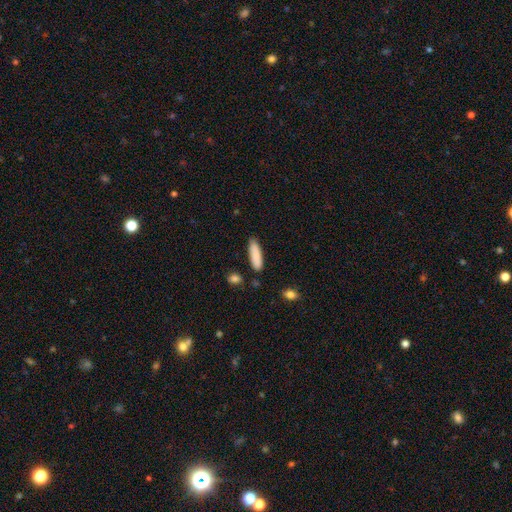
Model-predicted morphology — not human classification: This is clearly a smooth galaxy (87%). How rounded: likely cigar-shaped (60%). Merging: clearly none (83%).